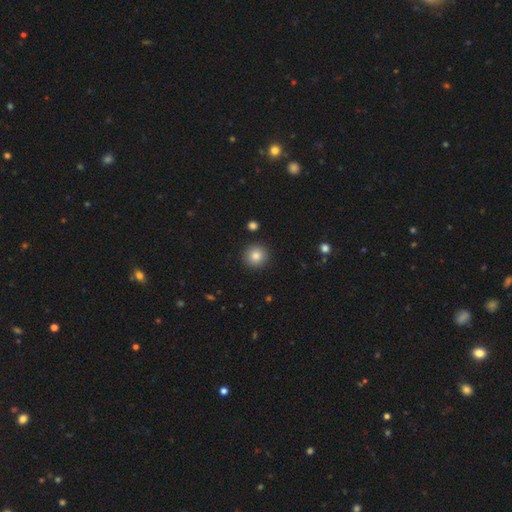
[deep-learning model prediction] Smooth or featured: smooth — 85% (star or artifact — 10%)
How rounded: round — 93% (in between — 6%)
Merging: none — 91% (minor disturbance — 5%)